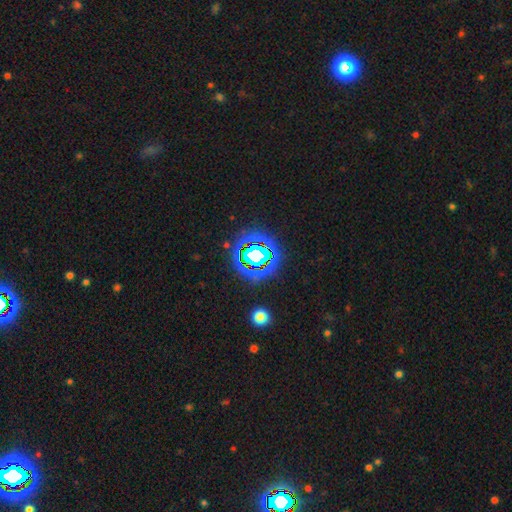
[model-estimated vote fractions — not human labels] A star or artifact, not a galaxy (67%).